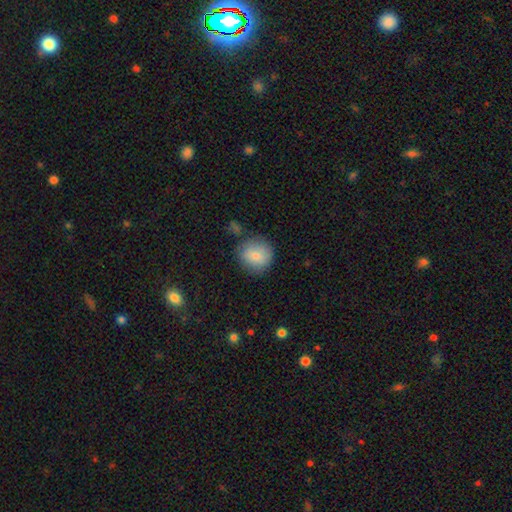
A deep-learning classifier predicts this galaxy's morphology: Q: Smooth or featured?
A: smooth (81%); runner-up: featured or disk (11%)
Q: How rounded?
A: round (88%); runner-up: in between (11%)
Q: Merging?
A: none (73%); runner-up: minor disturbance (17%)